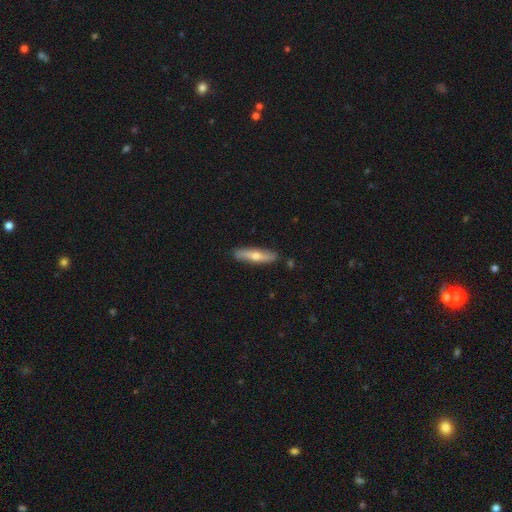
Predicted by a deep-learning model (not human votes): smooth_or_featured: smooth (p=0.48) [alt: featured or disk p=0.46]
merging: none (p=0.86) [alt: minor disturbance p=0.11]